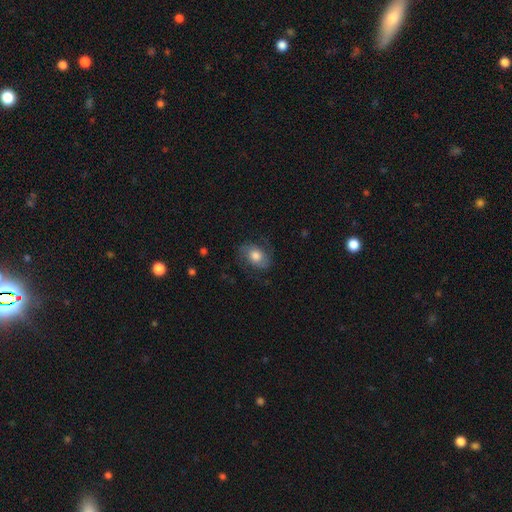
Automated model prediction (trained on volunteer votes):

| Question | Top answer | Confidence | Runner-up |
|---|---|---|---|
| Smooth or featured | featured or disk | 49% | smooth (43%) |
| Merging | none | 69% | minor disturbance (18%) |